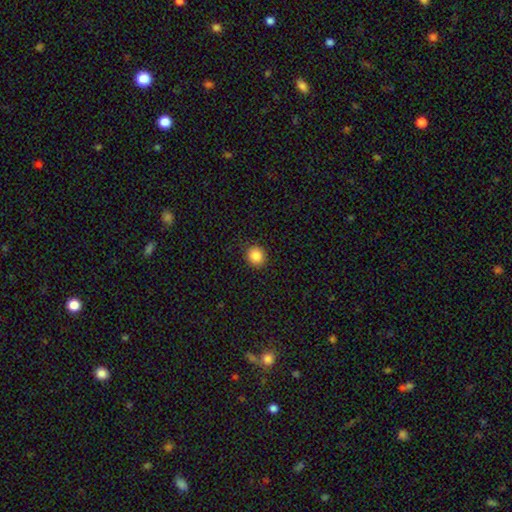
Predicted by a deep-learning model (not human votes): Smooth or featured: smooth — 86% (star or artifact — 10%)
How rounded: round — 85% (in between — 14%)
Merging: none — 89% (minor disturbance — 8%)